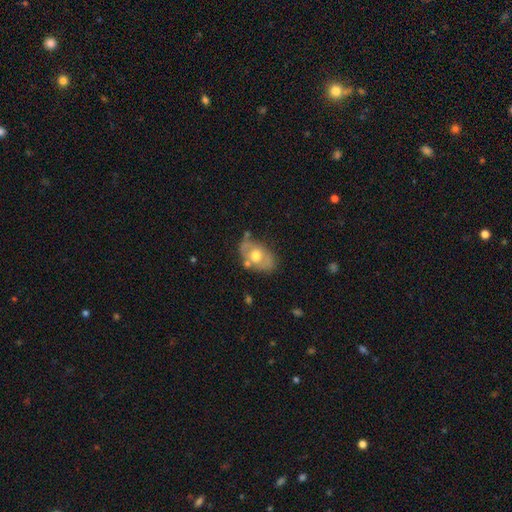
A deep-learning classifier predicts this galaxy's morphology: Smooth or featured?
  - featured or disk: 48% *
  - smooth: 45%
  - star or artifact: 7%
Merging?
  - none: 58% *
  - minor disturbance: 25%
  - merger: 9%
  - major disturbance: 8%